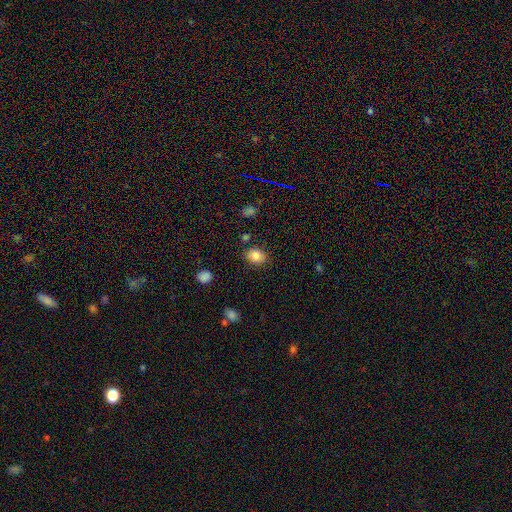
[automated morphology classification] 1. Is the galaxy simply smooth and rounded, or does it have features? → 83% smooth, 10% star or artifact, 7% featured or disk.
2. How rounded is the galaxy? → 56% in between, 43% round, 1% cigar-shaped.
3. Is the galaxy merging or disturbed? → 84% none, 11% minor disturbance, 3% major disturbance, 3% merger.